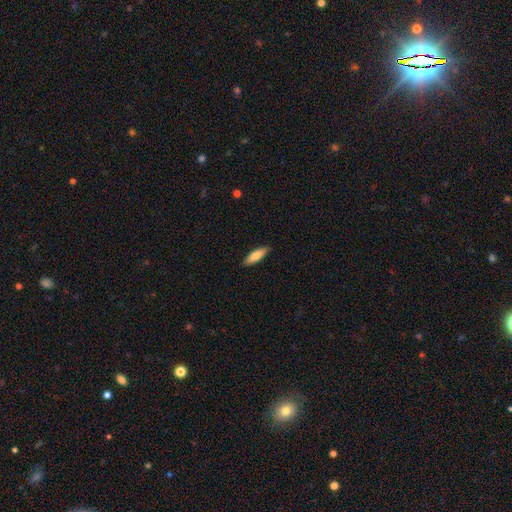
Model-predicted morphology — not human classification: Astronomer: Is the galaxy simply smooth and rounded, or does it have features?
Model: smooth — 78%.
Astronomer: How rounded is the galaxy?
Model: cigar-shaped — 56% (runner-up: in between, 43%).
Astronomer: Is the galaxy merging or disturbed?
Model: none — 88%.